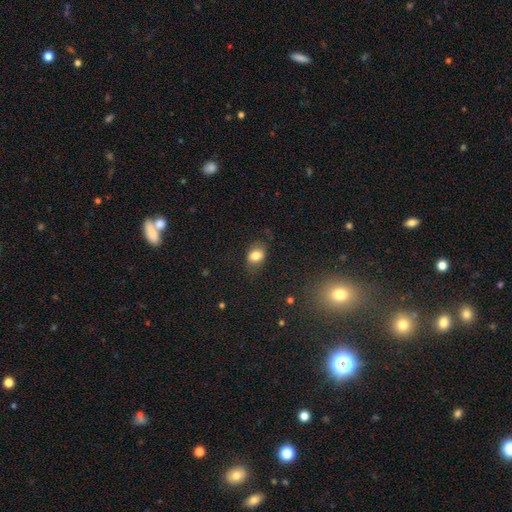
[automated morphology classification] Overall: smooth (79%). How rounded: in between (70%). Merging: none (72%).